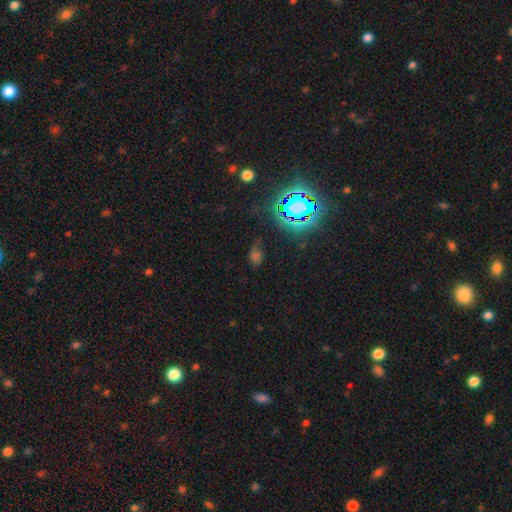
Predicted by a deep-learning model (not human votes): The model was most divided on "smooth or featured": star or artifact: 52%, smooth: 37%, featured or disk: 11%.